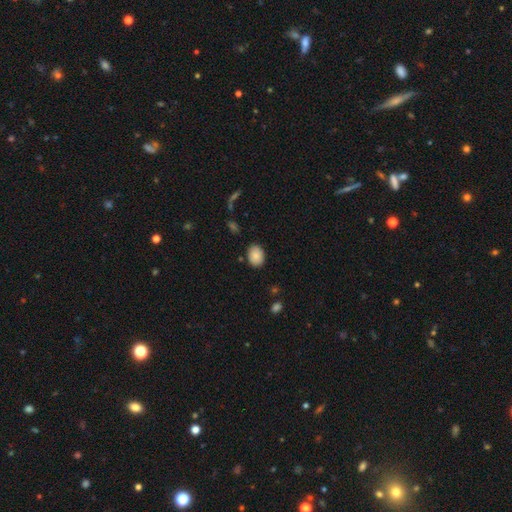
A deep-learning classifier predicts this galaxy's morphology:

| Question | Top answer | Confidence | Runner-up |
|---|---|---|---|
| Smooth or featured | smooth | 87% | star or artifact (8%) |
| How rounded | in between | 73% | round (26%) |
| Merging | none | 84% | minor disturbance (11%) |